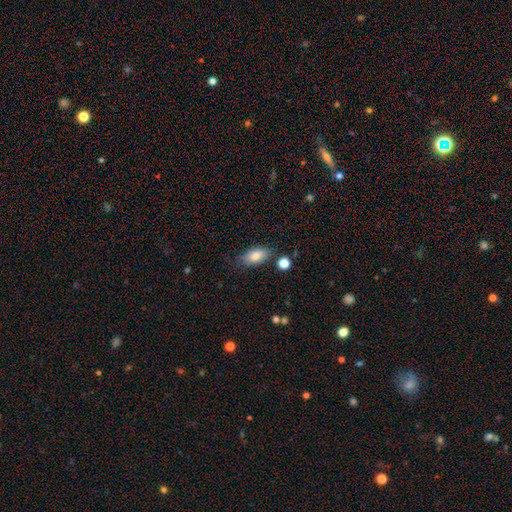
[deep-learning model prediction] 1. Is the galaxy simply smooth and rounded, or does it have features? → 81% smooth, 11% featured or disk, 8% star or artifact.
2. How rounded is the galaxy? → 88% in between, 6% cigar-shaped, 5% round.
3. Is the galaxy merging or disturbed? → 72% none, 19% minor disturbance, 5% merger, 5% major disturbance.